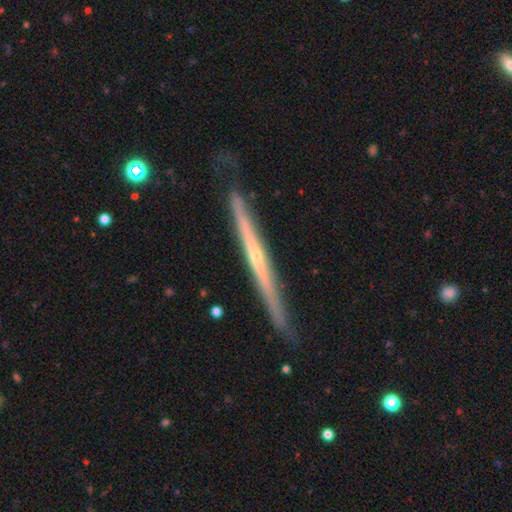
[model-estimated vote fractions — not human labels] featured or disk 77%, smooth 18%, star or artifact 5%. Down the decision tree: edge-on disk — yes (97%); edge-on bulge — none (49%); merging — none (81%).